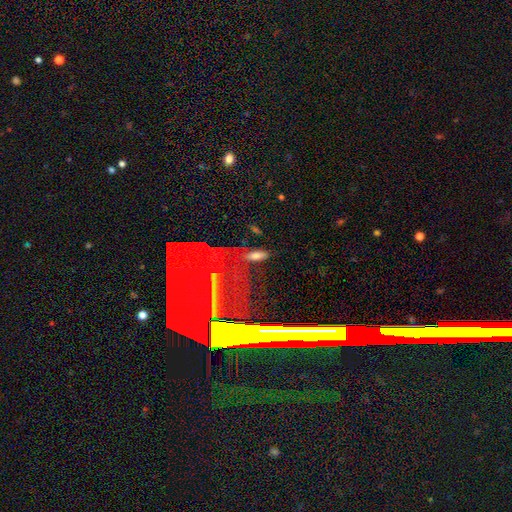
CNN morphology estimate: smooth-or-featured: smooth: 68% | featured or disk: 17% | star or artifact: 15%
  how-rounded: in between: 67% | cigar-shaped: 29% | round: 4%
  merging: none: 71% | minor disturbance: 17% | major disturbance: 7% | merger: 5%